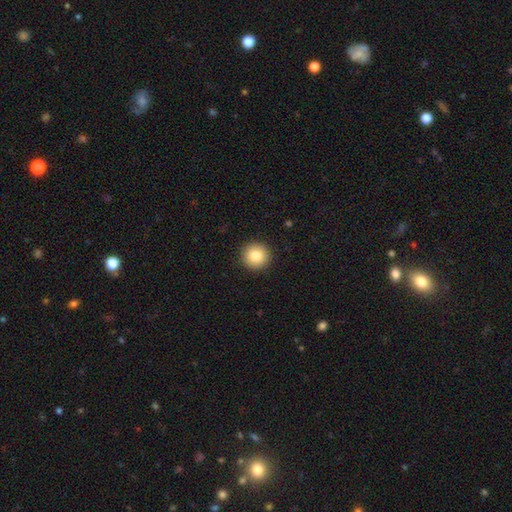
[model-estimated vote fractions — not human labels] smooth 84%, star or artifact 8%, featured or disk 8%. Down the decision tree: how rounded — round (95%); merging — none (93%).